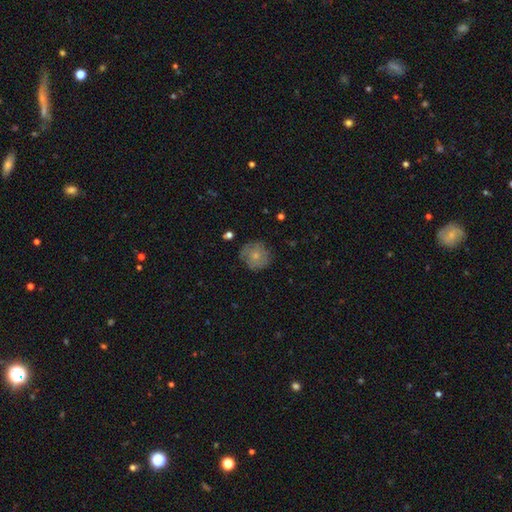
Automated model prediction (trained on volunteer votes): Overall: smooth (66%). How rounded: round (92%). Merging: none (73%).